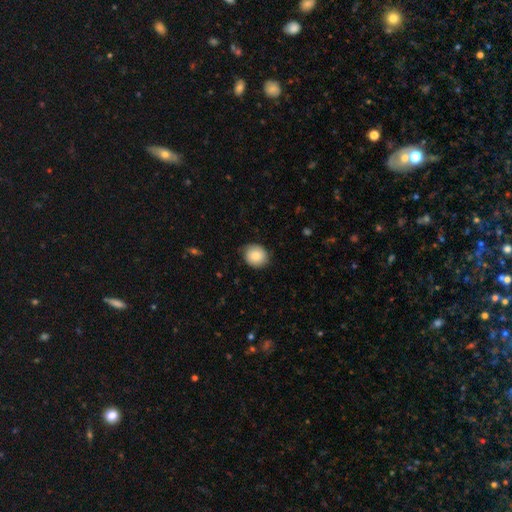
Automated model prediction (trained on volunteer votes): smooth-or-featured: smooth: 83% | featured or disk: 9% | star or artifact: 7%
  how-rounded: round: 70% | in between: 29% | cigar-shaped: 1%
  merging: none: 81% | minor disturbance: 15% | major disturbance: 3% | merger: 1%